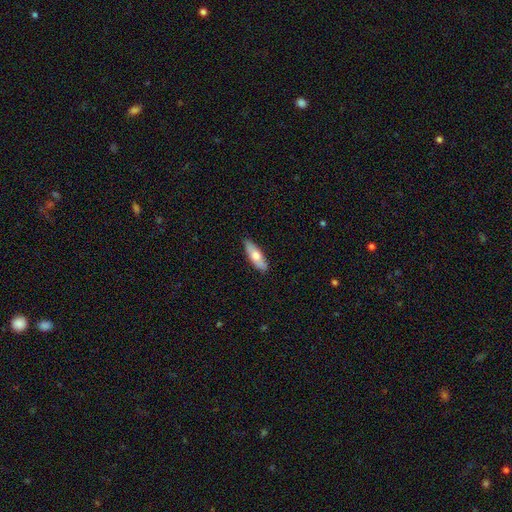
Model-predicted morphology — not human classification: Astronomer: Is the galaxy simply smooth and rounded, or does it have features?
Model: smooth — 65%.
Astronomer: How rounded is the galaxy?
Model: in between — 55% (runner-up: cigar-shaped, 42%).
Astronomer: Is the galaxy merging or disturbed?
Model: none — 86%.